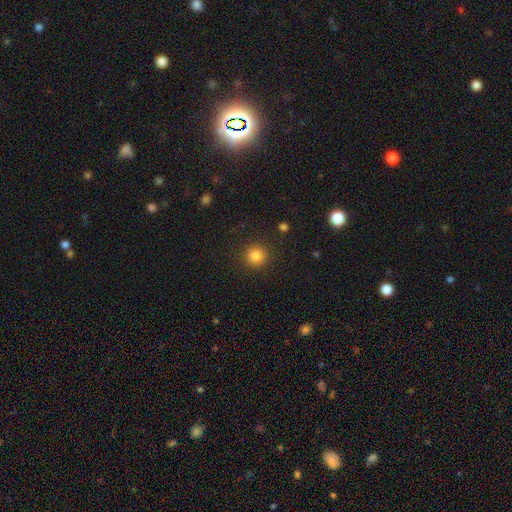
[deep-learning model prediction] Smooth or featured?
  - smooth: 83% *
  - star or artifact: 12%
  - featured or disk: 5%
How rounded?
  - round: 94% *
  - in between: 5%
  - cigar-shaped: 1%
Merging?
  - none: 90% *
  - minor disturbance: 6%
  - major disturbance: 3%
  - merger: 1%